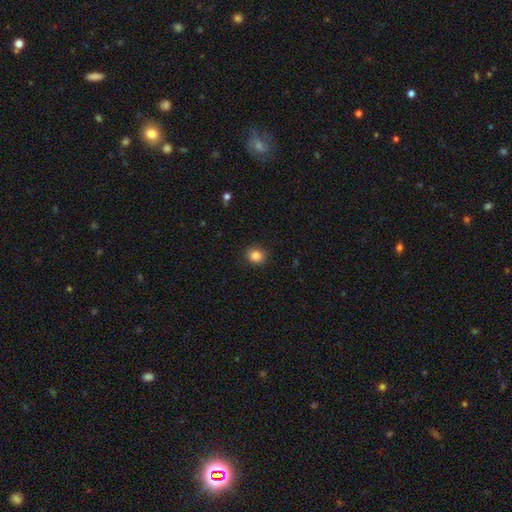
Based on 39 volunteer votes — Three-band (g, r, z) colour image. It shows a smooth galaxy with no disk features (87%) that is round (79%). Merging: none (94%).